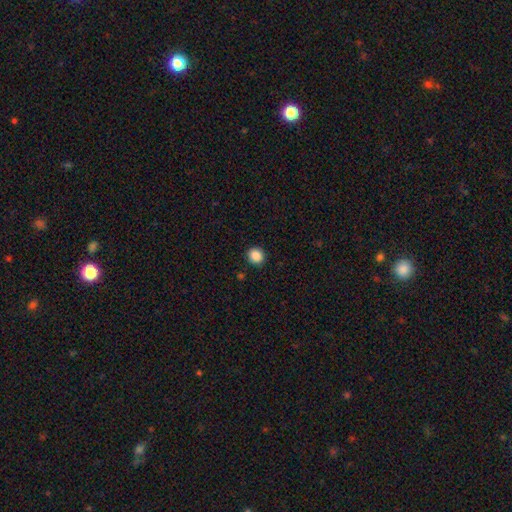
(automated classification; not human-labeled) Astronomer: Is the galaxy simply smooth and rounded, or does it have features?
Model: smooth — 87%.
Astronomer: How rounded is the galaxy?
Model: round — 89%.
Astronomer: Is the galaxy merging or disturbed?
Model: none — 91%.